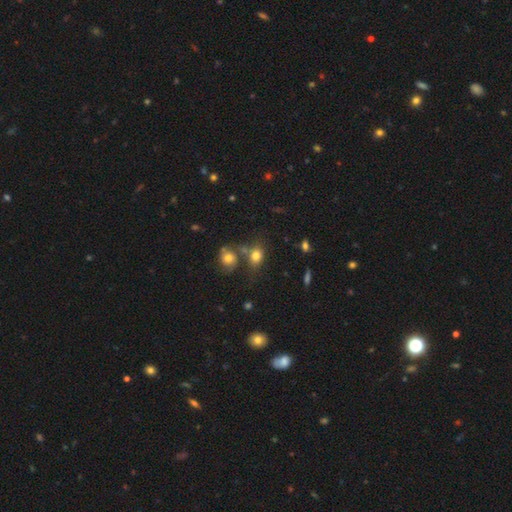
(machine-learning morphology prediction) Smooth or featured?
  - smooth: 77% *
  - featured or disk: 12%
  - star or artifact: 11%
How rounded?
  - in between: 63% *
  - round: 35%
  - cigar-shaped: 2%
Merging?
  - none: 51% *
  - merger: 27%
  - minor disturbance: 15%
  - major disturbance: 7%